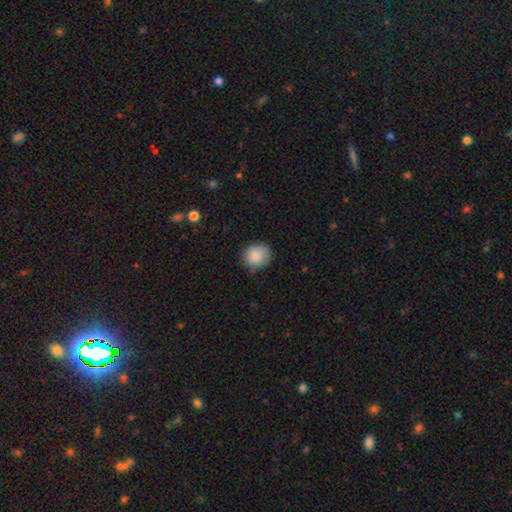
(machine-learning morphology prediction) type=smooth (85%); roundness=round (79%); merging=none (74%).